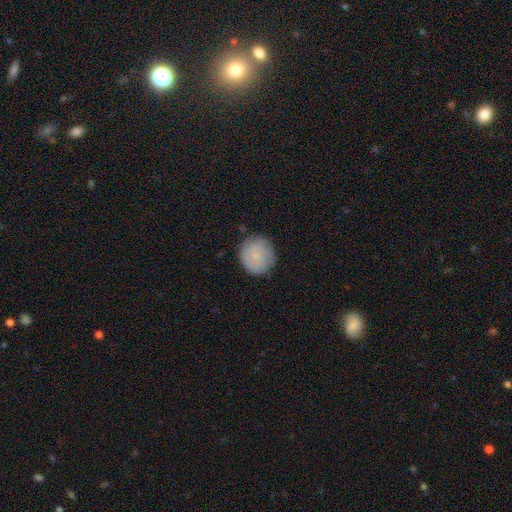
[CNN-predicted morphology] Smooth or featured?
  - smooth: 74% *
  - featured or disk: 19%
  - star or artifact: 7%
How rounded?
  - round: 90% *
  - in between: 9%
  - cigar-shaped: 1%
Merging?
  - none: 84% *
  - minor disturbance: 12%
  - major disturbance: 3%
  - merger: 1%